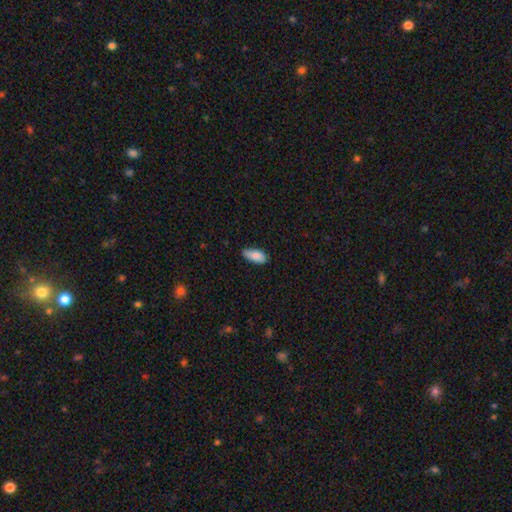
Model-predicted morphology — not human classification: This is clearly a smooth galaxy (84%). How rounded: clearly in between (90%). Merging: likely none (77%).